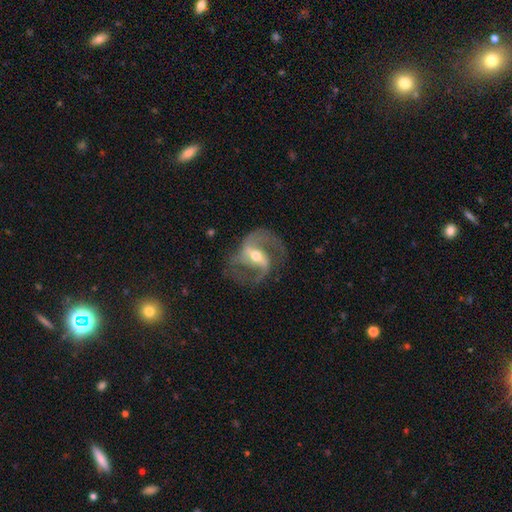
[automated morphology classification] A featured or disk galaxy (89%) with a strong bar (53%), 2 (88%) medium (51%) spiral arms (96%) and a moderate central bulge (60%). Merging: none (70%).